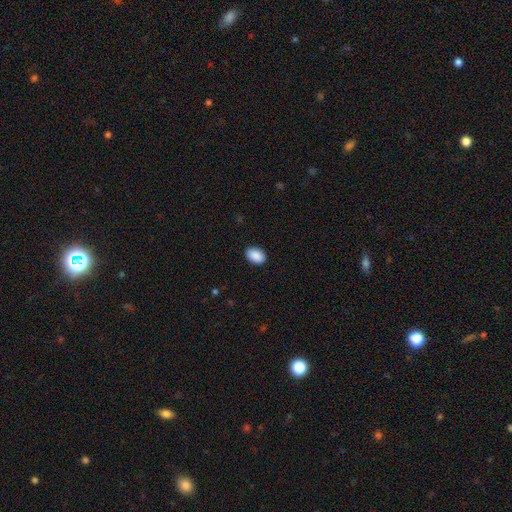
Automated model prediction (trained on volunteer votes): Smooth or featured? Predicted: smooth (p=0.91). How rounded? Predicted: in between (p=0.84). Merging? Predicted: none (p=0.89).